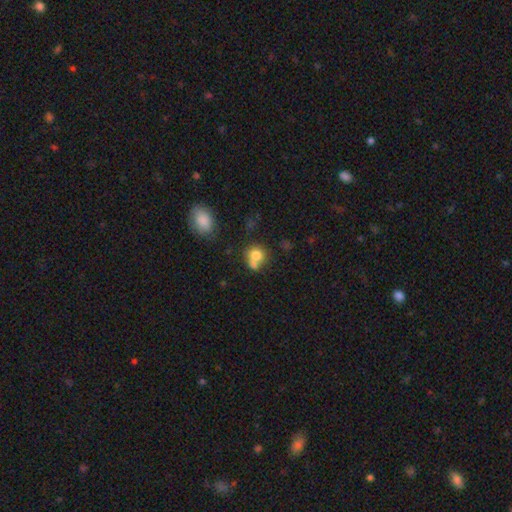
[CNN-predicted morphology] Smooth or featured: smooth — 77% (featured or disk — 13%)
How rounded: round — 75% (in between — 23%)
Merging: merger — 40% (tied with none — 40%)